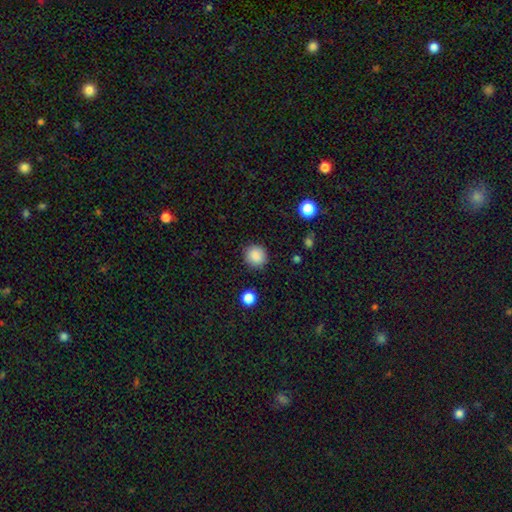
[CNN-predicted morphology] smooth 87%, star or artifact 10%, featured or disk 3%. Down the decision tree: how rounded — round (89%); merging — none (89%).